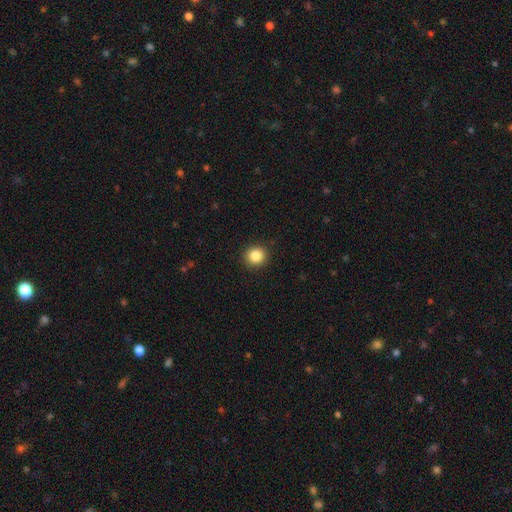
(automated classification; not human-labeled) This is clearly a smooth galaxy (85%). How rounded: clearly round (90%). Merging: clearly none (92%).